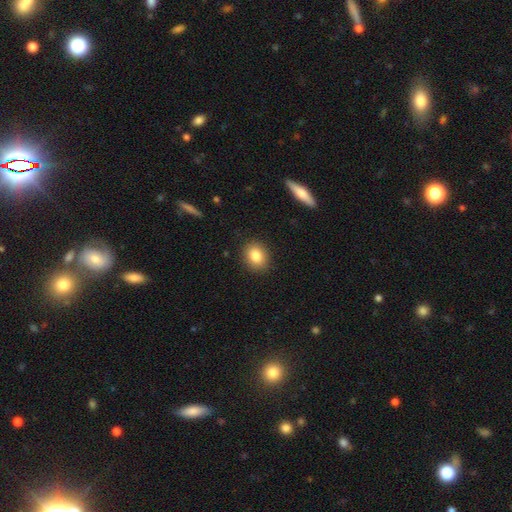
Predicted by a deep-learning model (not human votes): Smooth or featured? Predicted: smooth (p=0.84). How rounded? Predicted: round (p=0.53). Merging? Predicted: none (p=0.89).